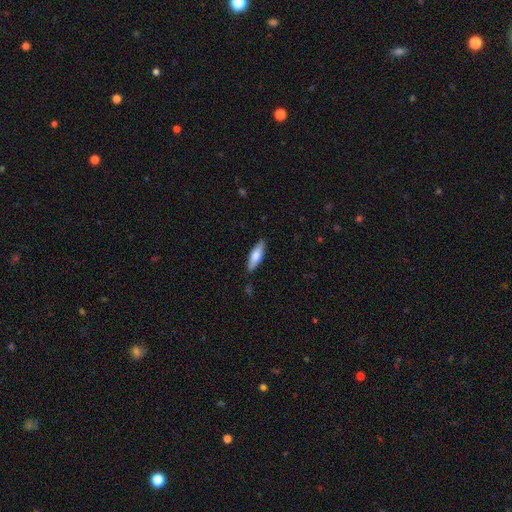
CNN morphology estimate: A smooth galaxy with no disk features (63%) that is cigar-shaped (55%). Merging: none (87%).